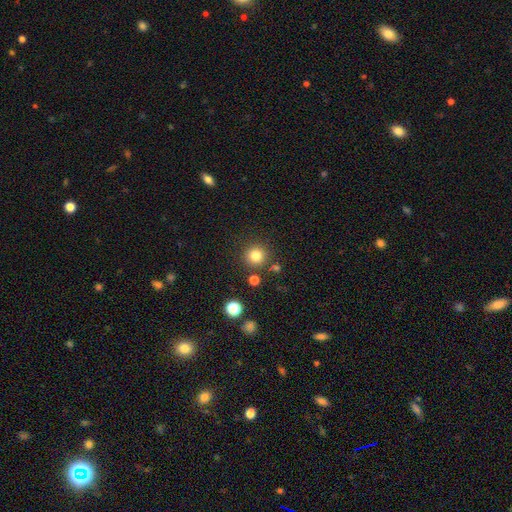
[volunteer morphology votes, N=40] Smooth or featured? 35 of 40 (88%) said smooth. How rounded? 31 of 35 (89%) said round. Merging? 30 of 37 (81%) said none.